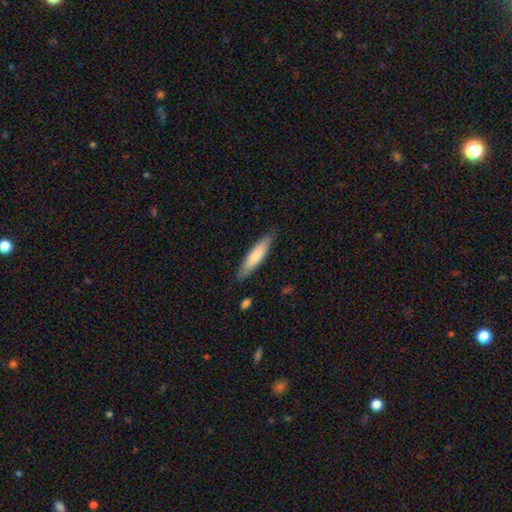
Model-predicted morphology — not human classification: This is likely a smooth galaxy (72%). How rounded: likely cigar-shaped (75%). Merging: clearly none (85%).